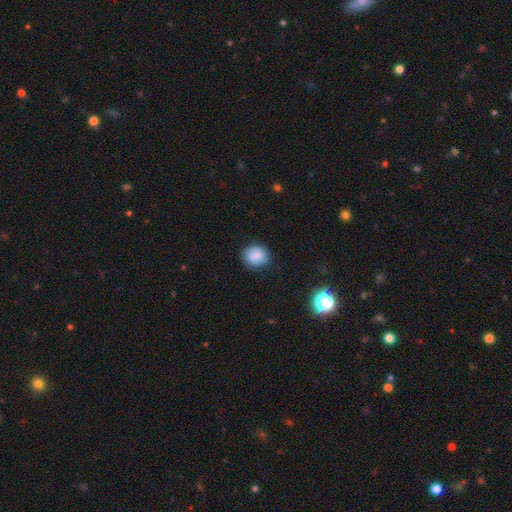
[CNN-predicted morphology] type=smooth (84%); roundness=round (70%); merging=none (80%).